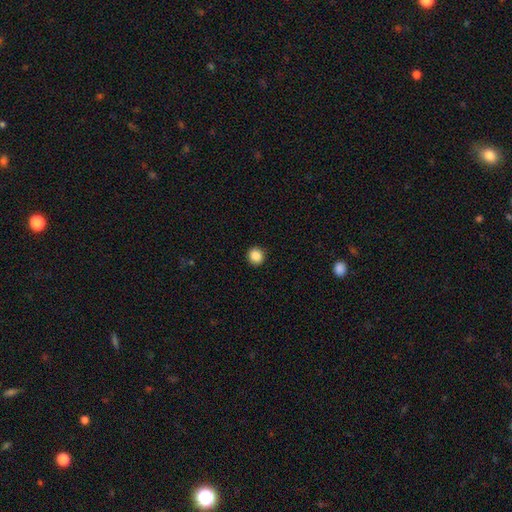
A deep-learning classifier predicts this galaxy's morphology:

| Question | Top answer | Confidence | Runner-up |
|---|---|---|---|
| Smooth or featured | smooth | 87% | star or artifact (10%) |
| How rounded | round | 93% | in between (6%) |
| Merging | none | 92% | minor disturbance (5%) |